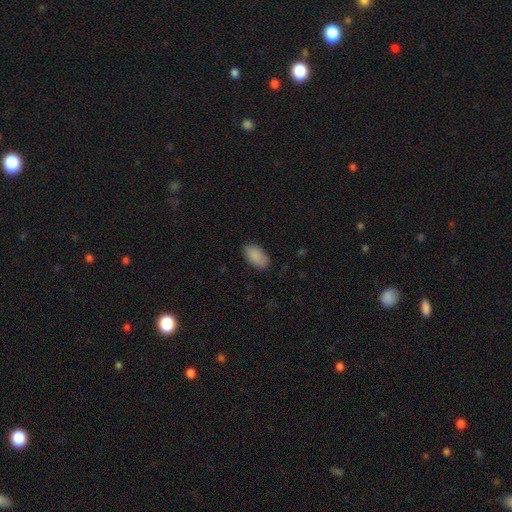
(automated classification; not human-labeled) The model was most divided on "merging": none: 82%, minor disturbance: 14%, major disturbance: 3%, merger: 1%. More confident: how rounded — in between (94%); smooth or featured — smooth (89%).